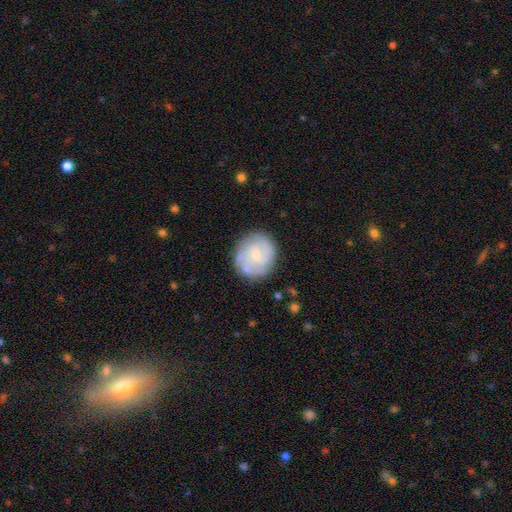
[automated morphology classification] A featured or disk galaxy (68%) with no bar (62%), tight (56%) spiral arms (89%) and a small central bulge (65%). Merging: none (80%).